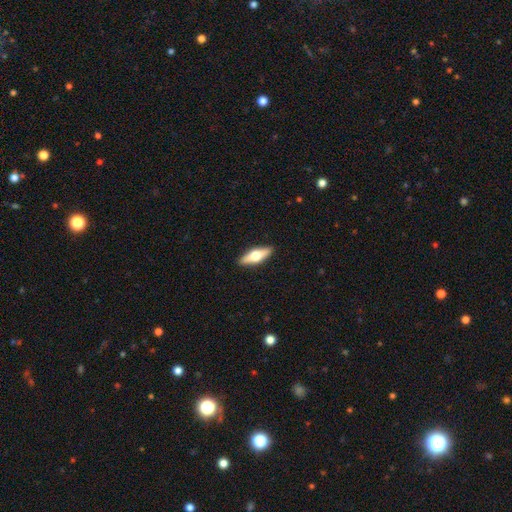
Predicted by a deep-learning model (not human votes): Smooth or featured? Predicted: featured or disk (p=0.50). Merging? Predicted: none (p=0.91).